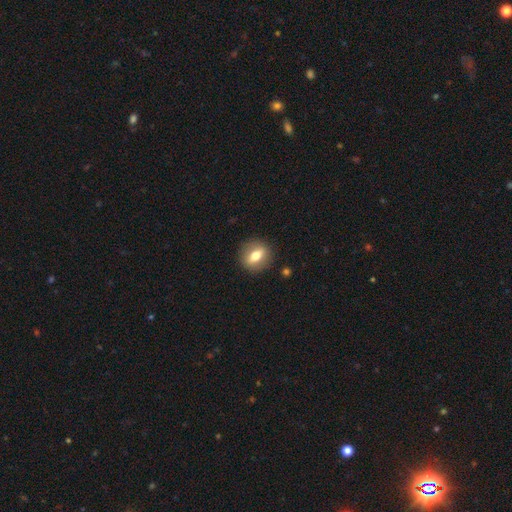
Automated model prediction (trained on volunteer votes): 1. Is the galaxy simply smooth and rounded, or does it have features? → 65% smooth, 27% featured or disk, 8% star or artifact.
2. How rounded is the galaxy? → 57% round, 39% in between, 4% cigar-shaped.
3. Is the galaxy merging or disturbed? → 88% none, 8% minor disturbance, 3% major disturbance, 1% merger.